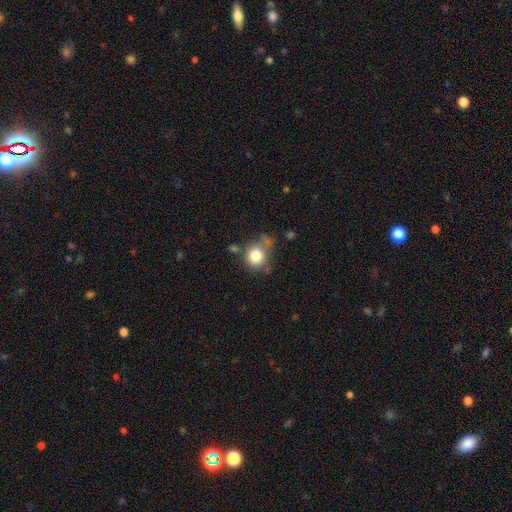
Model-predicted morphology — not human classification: Overall: smooth (81%). How rounded: round (80%). Merging: none (56%; minor disturbance 21%).